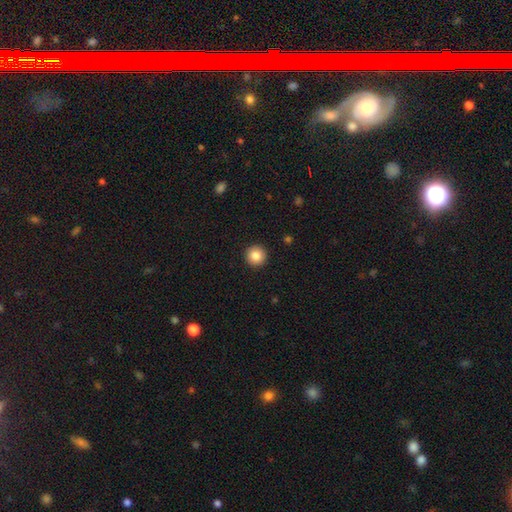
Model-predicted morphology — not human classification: smooth_or_featured: smooth (p=0.85) [alt: star or artifact p=0.09]
how_rounded: round (p=0.96) [alt: in between p=0.03]
merging: none (p=0.93) [alt: minor disturbance p=0.04]